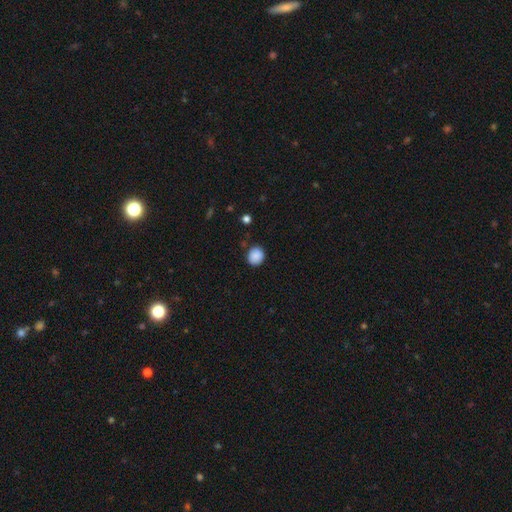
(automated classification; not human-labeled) A smooth galaxy with no disk features (88%) that is round (81%). Merging: none (86%).